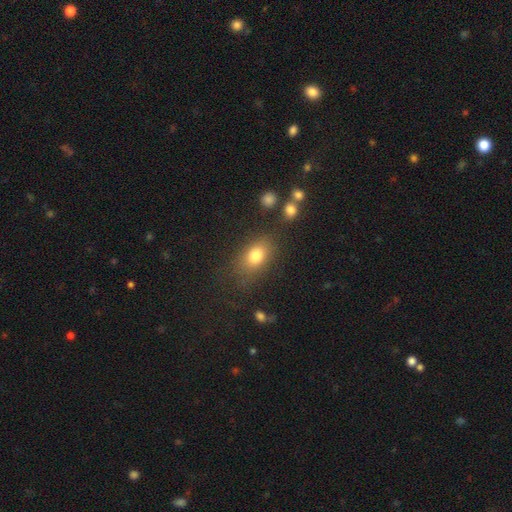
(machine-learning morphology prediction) Smooth or featured? Predicted: smooth (p=0.79). How rounded? Predicted: in between (p=0.77). Merging? Predicted: none (p=0.74).